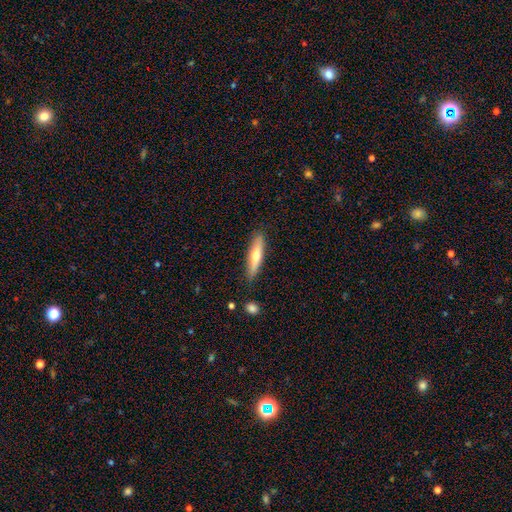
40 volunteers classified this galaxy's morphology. featured or disk 55%, smooth 42%, star or artifact 2%. Down the decision tree: edge-on disk — yes (95%); edge-on bulge — rounded (100%); merging — none (82%).